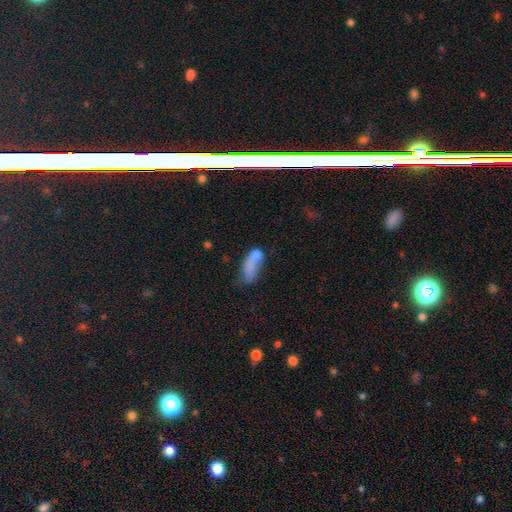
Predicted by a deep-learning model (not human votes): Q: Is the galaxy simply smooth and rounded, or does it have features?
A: smooth — 69%.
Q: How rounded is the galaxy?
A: in between — 74%.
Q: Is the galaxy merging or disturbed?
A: merger — 41%.